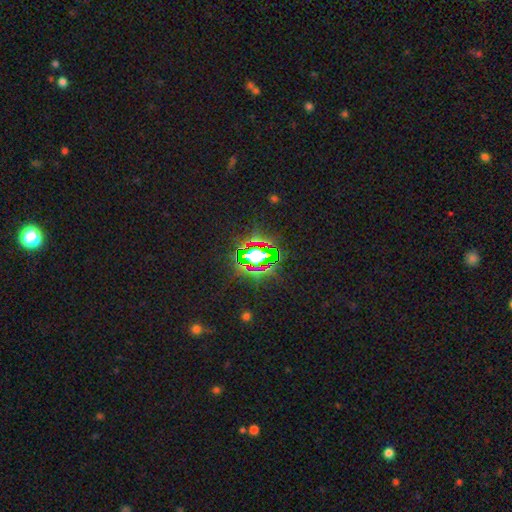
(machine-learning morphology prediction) smooth_or_featured: star or artifact (p=0.72) [alt: smooth p=0.15]